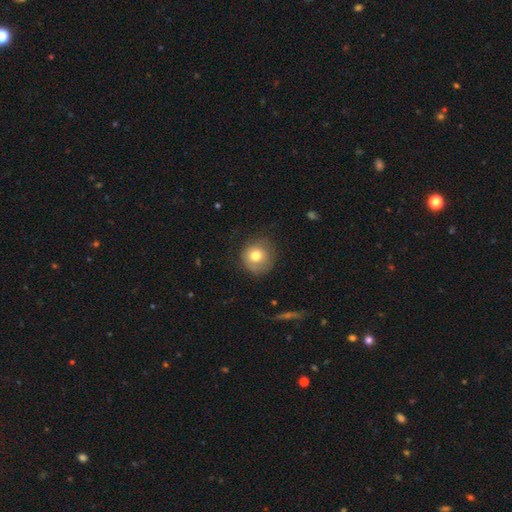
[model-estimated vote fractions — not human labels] smooth_or_featured: smooth (p=0.75) [alt: featured or disk p=0.16]
how_rounded: round (p=0.89) [alt: in between p=0.10]
merging: none (p=0.69) [alt: minor disturbance p=0.21]